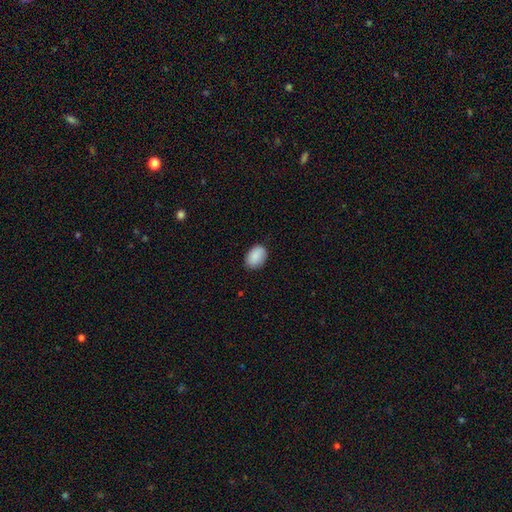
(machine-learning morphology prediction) smooth_or_featured: smooth (p=0.90) [alt: star or artifact p=0.07]
how_rounded: in between (p=0.84) [alt: round p=0.15]
merging: none (p=0.84) [alt: minor disturbance p=0.12]